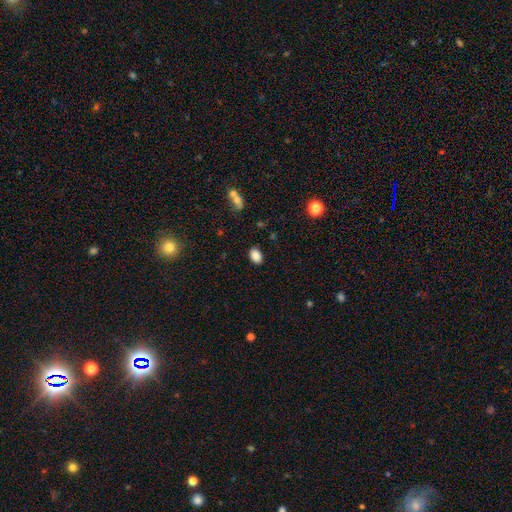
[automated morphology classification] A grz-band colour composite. It shows a smooth galaxy with no disk features (87%) that is in between round and cigar-shaped (83%). Merging: none (87%).